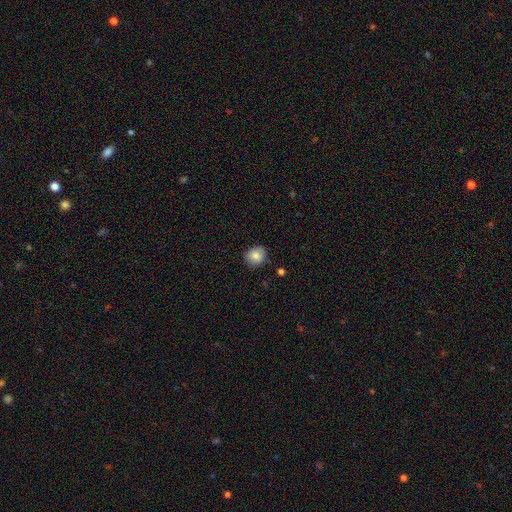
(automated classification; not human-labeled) A smooth galaxy with no disk features (84%) that is round (74%).

Vote fractions:
- Smooth or featured? smooth: 84% / star or artifact: 9% / featured or disk: 7%
- How rounded? round: 74% / in between: 26% / cigar-shaped: 1%
- Merging? none: 82% / minor disturbance: 14% / major disturbance: 2% / merger: 2%